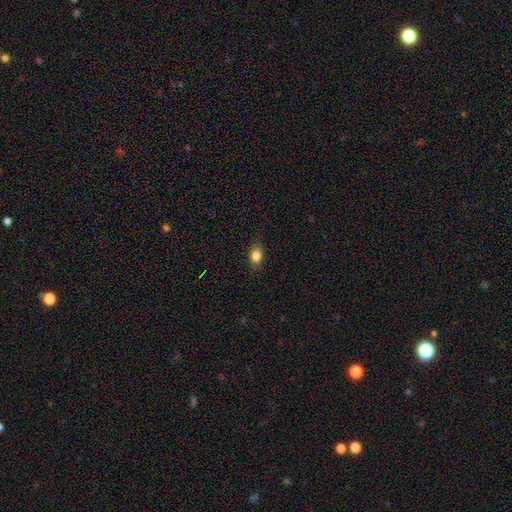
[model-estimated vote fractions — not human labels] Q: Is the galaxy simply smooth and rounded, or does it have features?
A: smooth — 83%.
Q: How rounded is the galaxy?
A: in between — 76%.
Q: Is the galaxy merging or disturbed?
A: none — 81%.